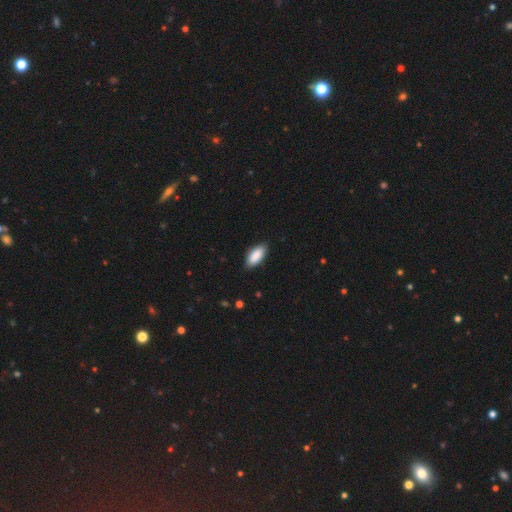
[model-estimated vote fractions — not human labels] smooth 89%, star or artifact 6%, featured or disk 5%. Down the decision tree: how rounded — in between (87%); merging — none (86%).